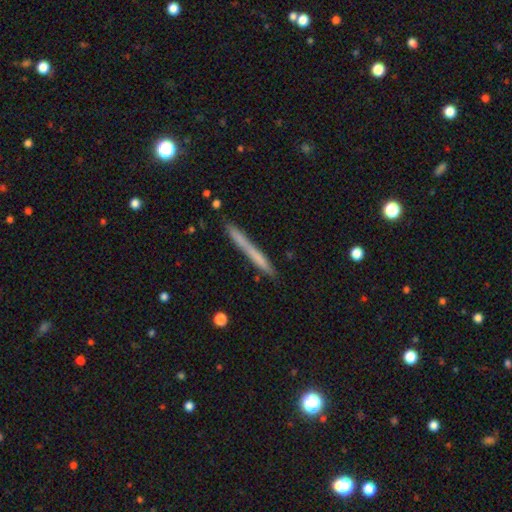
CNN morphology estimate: A smooth galaxy with no disk features (61%) that is cigar-shaped (97%).

Vote fractions:
- Smooth or featured? smooth: 61% / featured or disk: 33% / star or artifact: 7%
- How rounded? cigar-shaped: 97% / in between: 2% / round: 1%
- Merging? none: 79% / minor disturbance: 14% / merger: 3% / major disturbance: 3%